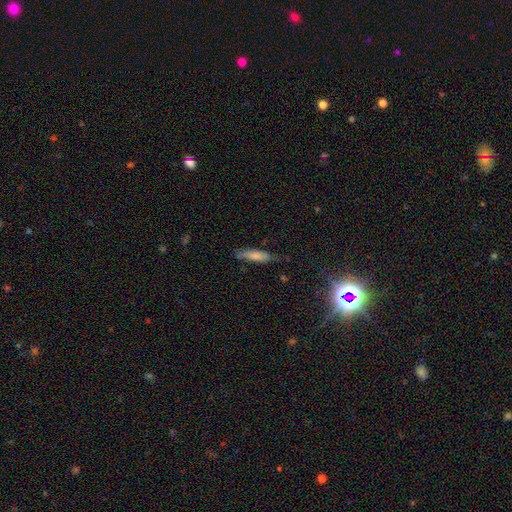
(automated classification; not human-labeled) A smooth galaxy with no disk features (72%) that is cigar-shaped (74%).

Vote fractions:
- Smooth or featured? smooth: 72% / featured or disk: 22% / star or artifact: 7%
- How rounded? cigar-shaped: 74% / in between: 24% / round: 2%
- Merging? none: 70% / minor disturbance: 24% / major disturbance: 5% / merger: 2%